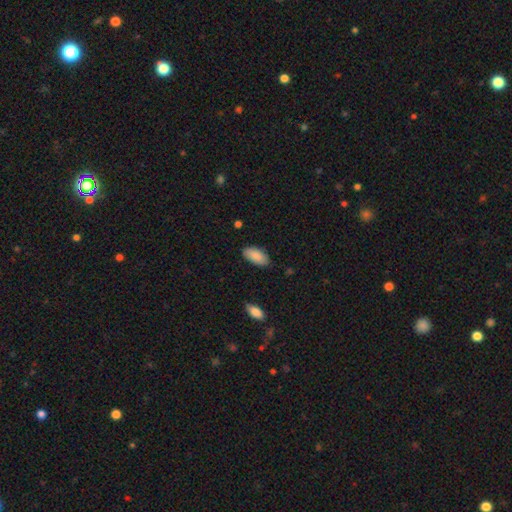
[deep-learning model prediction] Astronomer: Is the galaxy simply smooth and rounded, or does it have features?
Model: smooth — 89%.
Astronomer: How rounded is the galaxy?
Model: in between — 94%.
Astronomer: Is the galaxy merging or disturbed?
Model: none — 84%.